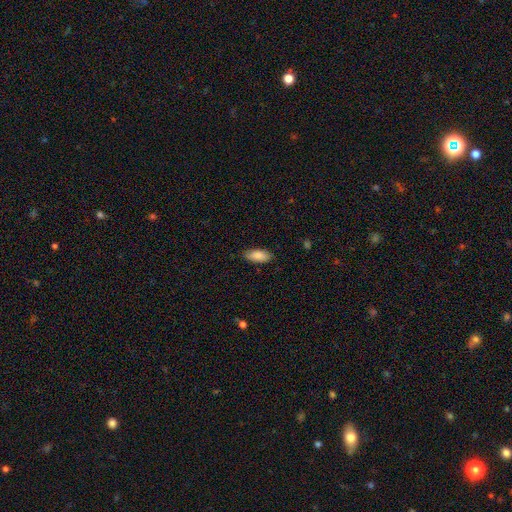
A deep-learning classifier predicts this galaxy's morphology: Overall: smooth (87%). How rounded: in between (85%). Merging: none (86%).